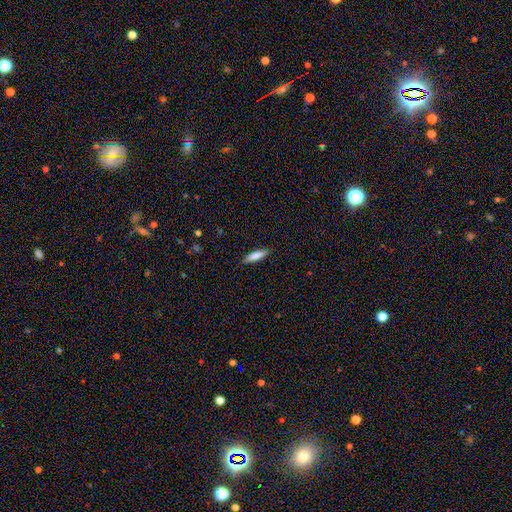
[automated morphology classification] This appears to be a smooth galaxy with no disk features (81%) that is cigar-shaped (62%). Merging: none (86%).